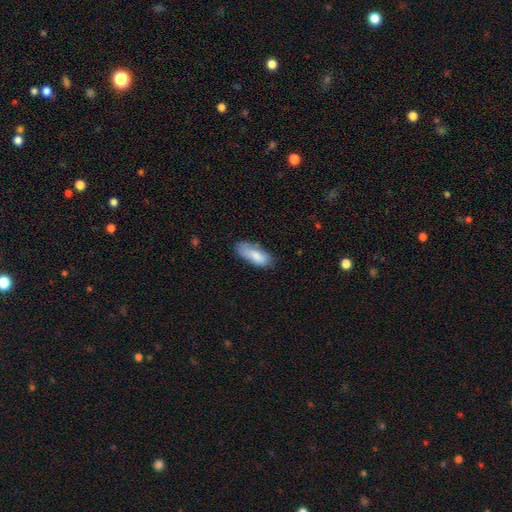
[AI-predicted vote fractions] Smooth or featured?
  - smooth: 81% *
  - featured or disk: 12%
  - star or artifact: 7%
How rounded?
  - in between: 76% *
  - cigar-shaped: 22%
  - round: 2%
Merging?
  - none: 59% *
  - minor disturbance: 30%
  - major disturbance: 8%
  - merger: 3%